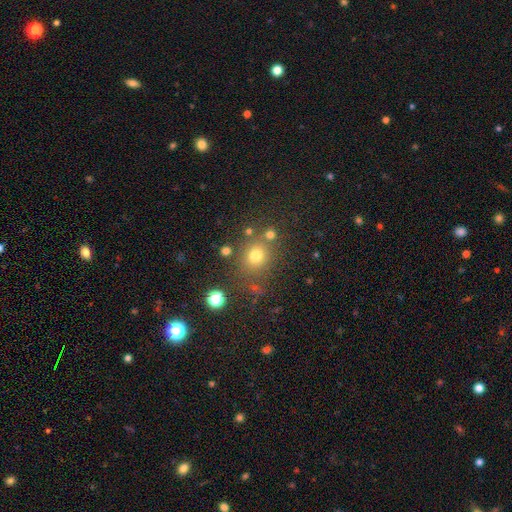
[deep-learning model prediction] Smooth or featured? smooth (71%)
How rounded? round (77%)
Merging? none (74%)